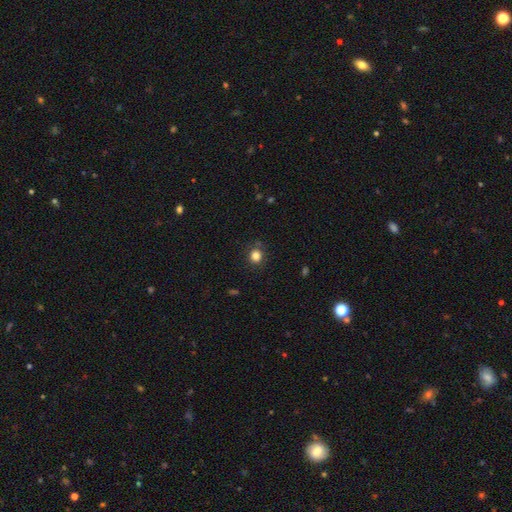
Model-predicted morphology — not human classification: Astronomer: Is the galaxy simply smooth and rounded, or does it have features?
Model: smooth — 82%.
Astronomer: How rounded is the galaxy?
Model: round — 85%.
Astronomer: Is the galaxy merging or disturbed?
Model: none — 85%.